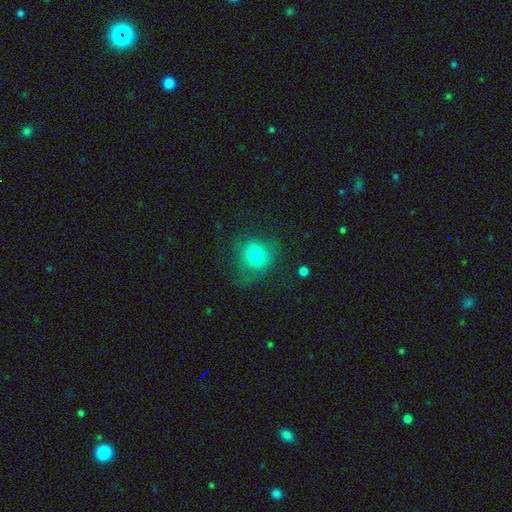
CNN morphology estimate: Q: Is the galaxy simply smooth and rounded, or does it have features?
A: smooth — 78%.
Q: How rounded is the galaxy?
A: round — 77%.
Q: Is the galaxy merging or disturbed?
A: none — 66%.